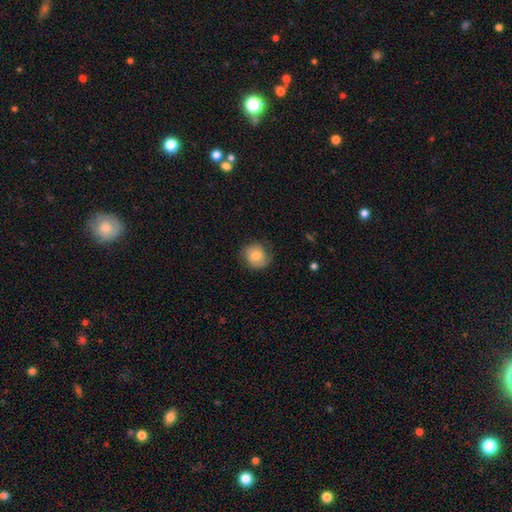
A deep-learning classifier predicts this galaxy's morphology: Q: Smooth or featured?
A: smooth (64%); runner-up: featured or disk (28%)
Q: How rounded?
A: round (80%); runner-up: in between (19%)
Q: Merging?
A: none (71%); runner-up: minor disturbance (21%)